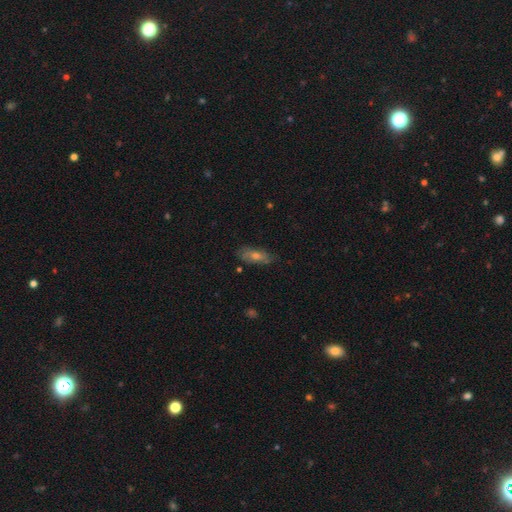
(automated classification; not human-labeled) Smooth or featured? Predicted: smooth (p=0.44). Merging? Predicted: none (p=0.76).